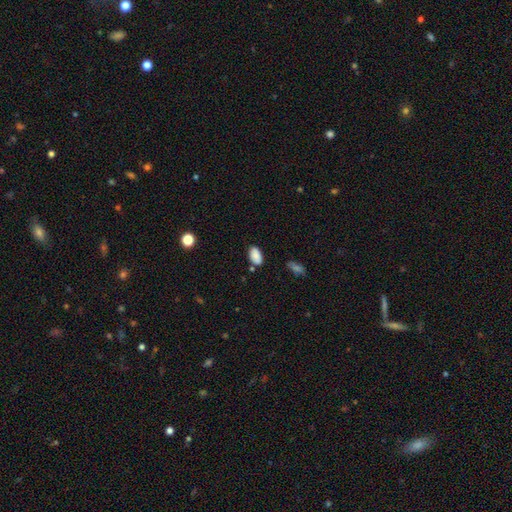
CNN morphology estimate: Smooth or featured: smooth — 85% (star or artifact — 9%)
How rounded: in between — 93% (round — 5%)
Merging: none — 73% (minor disturbance — 17%)